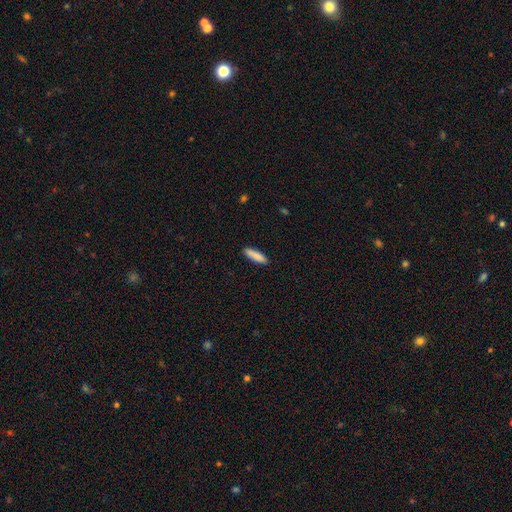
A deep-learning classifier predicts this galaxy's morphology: smooth-or-featured: smooth: 87% | featured or disk: 7% | star or artifact: 6%
  how-rounded: cigar-shaped: 73% | in between: 25% | round: 1%
  merging: none: 89% | minor disturbance: 8% | major disturbance: 2% | merger: 1%